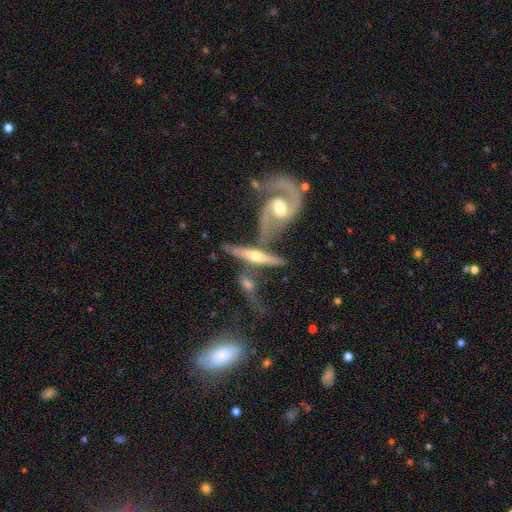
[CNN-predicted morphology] A featured or disk galaxy (76%) viewed edge-on (77%) with a rounded central bulge (92%). Merging: none (39%, tied with merger).